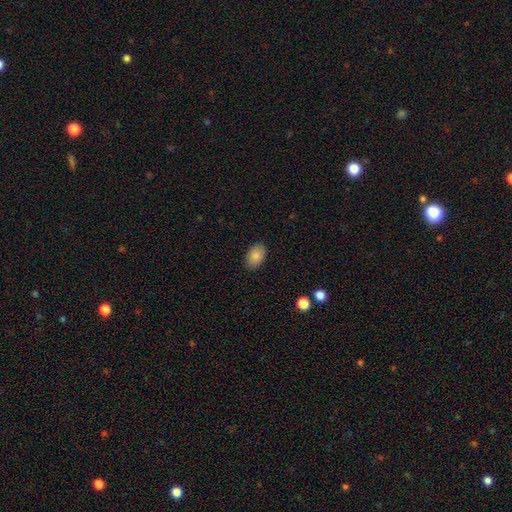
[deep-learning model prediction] Smooth or featured?
  - smooth: 87% *
  - star or artifact: 8%
  - featured or disk: 5%
How rounded?
  - in between: 85% *
  - round: 13%
  - cigar-shaped: 1%
Merging?
  - none: 87% *
  - minor disturbance: 10%
  - major disturbance: 2%
  - merger: 1%